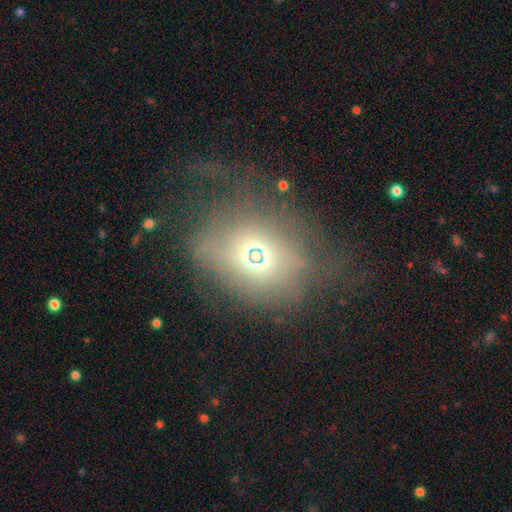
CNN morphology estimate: Smooth or featured? Predicted: smooth (p=0.52). How rounded? Predicted: round (p=0.61). Merging? Predicted: major disturbance (p=0.40).